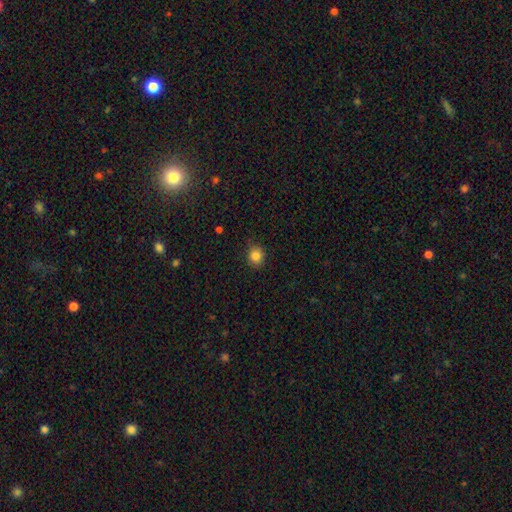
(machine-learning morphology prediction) smooth_or_featured: smooth (p=0.84) [alt: star or artifact p=0.11]
how_rounded: round (p=0.81) [alt: in between p=0.18]
merging: none (p=0.83) [alt: minor disturbance p=0.14]